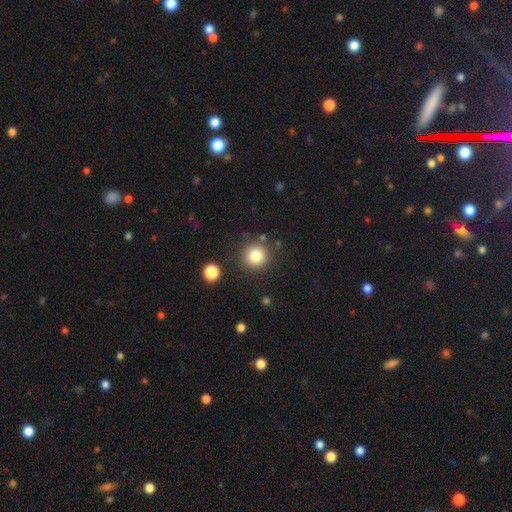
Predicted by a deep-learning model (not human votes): Overall: smooth (81%). How rounded: round (93%). Merging: none (84%).